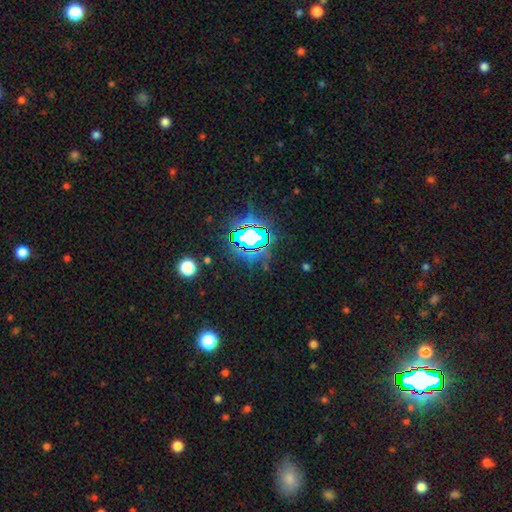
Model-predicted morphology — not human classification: The model was most divided on "smooth or featured": star or artifact: 83%, smooth: 10%, featured or disk: 7%.